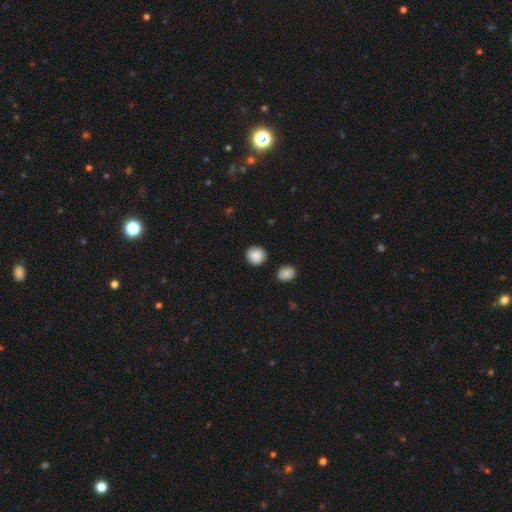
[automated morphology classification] Smooth or featured? smooth (89%)
How rounded? round (91%)
Merging? none (90%)